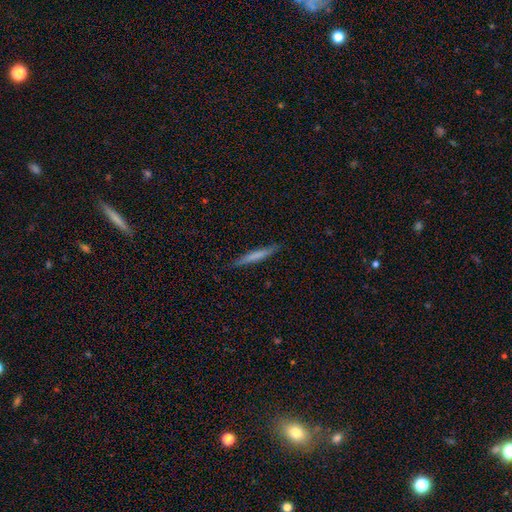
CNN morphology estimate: This is likely a smooth galaxy (65%). How rounded: clearly cigar-shaped (95%). Merging: clearly none (88%).